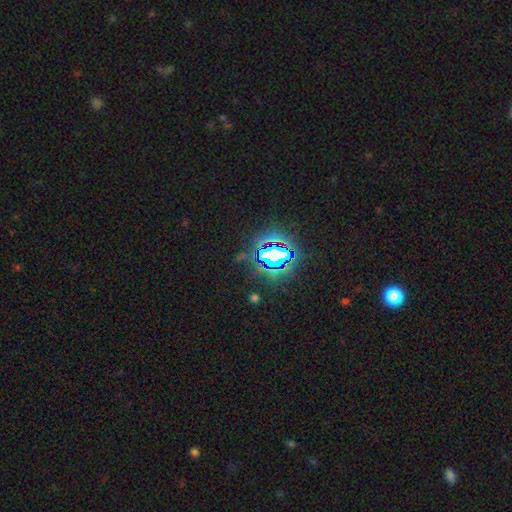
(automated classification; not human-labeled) A star or artifact, not a galaxy (81%).

Vote fractions:
- Smooth or featured? star or artifact: 81% / smooth: 12% / featured or disk: 7%